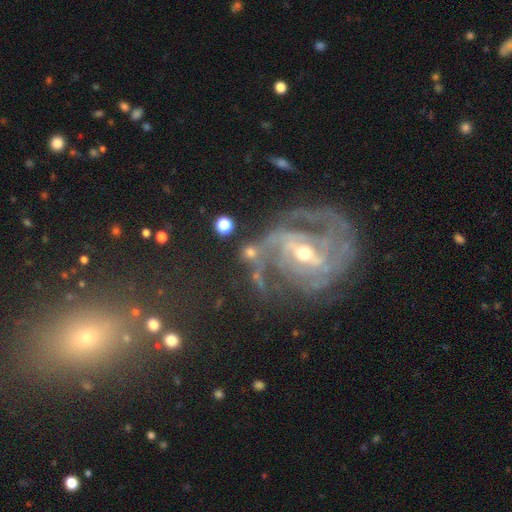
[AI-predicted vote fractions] Smooth or featured? featured or disk (86%)
Edge-on disk? no (97%)
Bar? weak (42%)
Spiral arms? yes (95%)
Spiral winding? medium (45%)
Spiral arm count? 2 (40%)
Bulge size? moderate (49%)
Merging? none (55%)